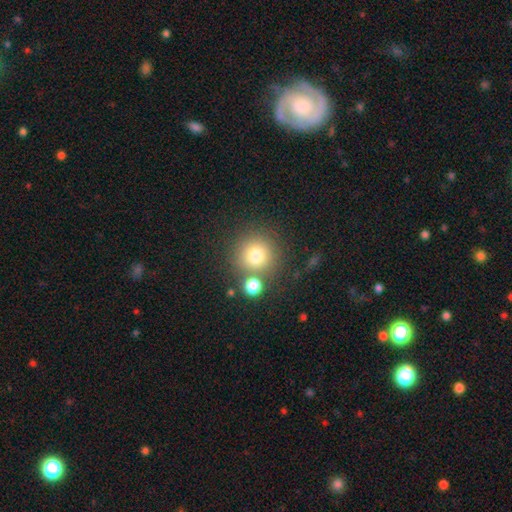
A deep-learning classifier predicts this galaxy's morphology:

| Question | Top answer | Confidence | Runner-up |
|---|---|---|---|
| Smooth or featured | smooth | 77% | star or artifact (13%) |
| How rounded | round | 93% | in between (6%) |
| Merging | none | 71% | merger (17%) |